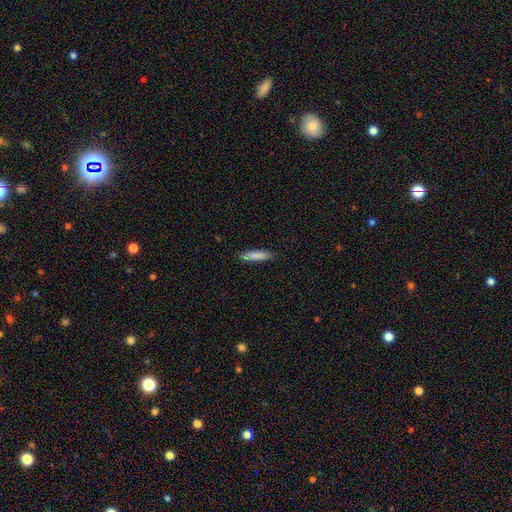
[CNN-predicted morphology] smooth-or-featured: smooth: 82% | featured or disk: 11% | star or artifact: 6%
  how-rounded: cigar-shaped: 81% | in between: 17% | round: 1%
  merging: none: 83% | minor disturbance: 13% | major disturbance: 2% | merger: 2%